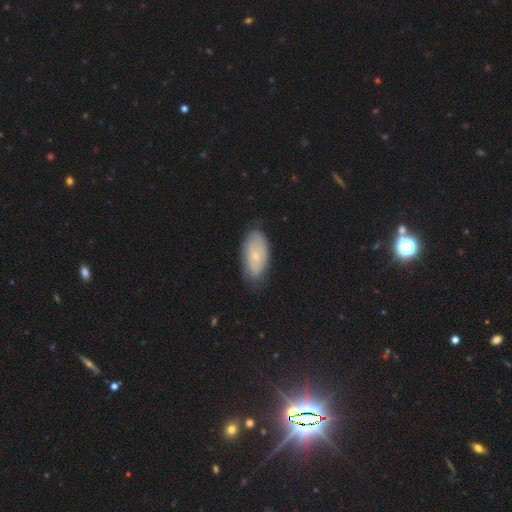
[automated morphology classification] Smooth or featured? Predicted: smooth (p=0.56). How rounded? Predicted: in between (p=0.92). Merging? Predicted: none (p=0.71).